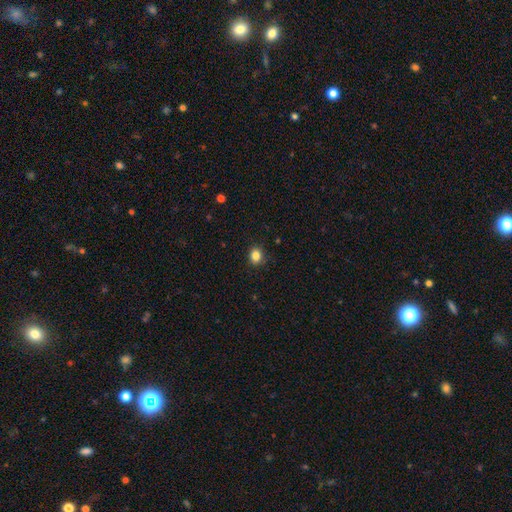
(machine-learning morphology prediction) Q: Smooth or featured?
A: smooth (84%); runner-up: star or artifact (11%)
Q: How rounded?
A: round (67%); runner-up: in between (32%)
Q: Merging?
A: none (87%); runner-up: minor disturbance (10%)